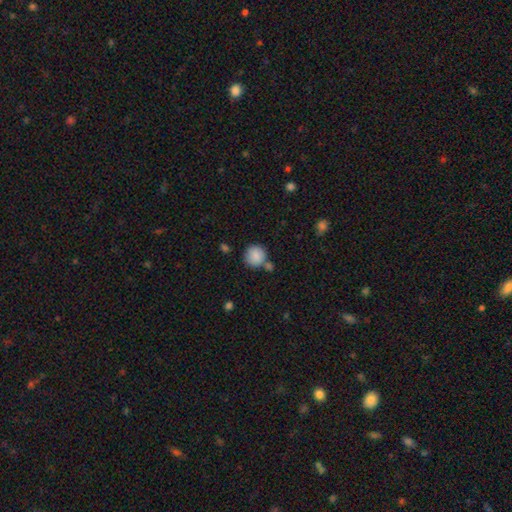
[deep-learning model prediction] This appears to be a smooth galaxy with no disk features (88%) that is round (91%). Merging: none (68%).